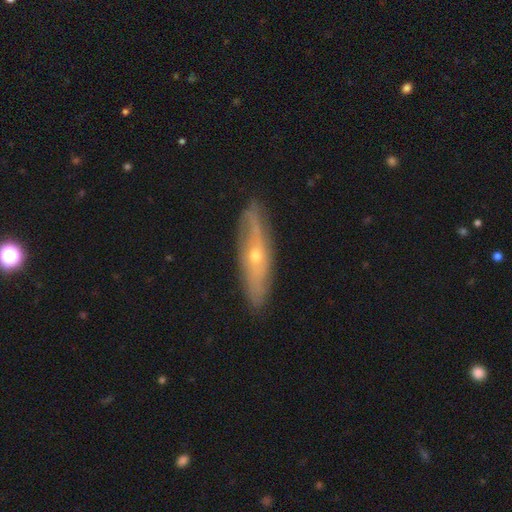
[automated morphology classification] smooth_or_featured: featured or disk (p=0.69) [alt: smooth p=0.25]
disk_edge_on: no (p=0.50) [tied with: yes p=0.50]
merging: none (p=0.83) [alt: minor disturbance p=0.13]